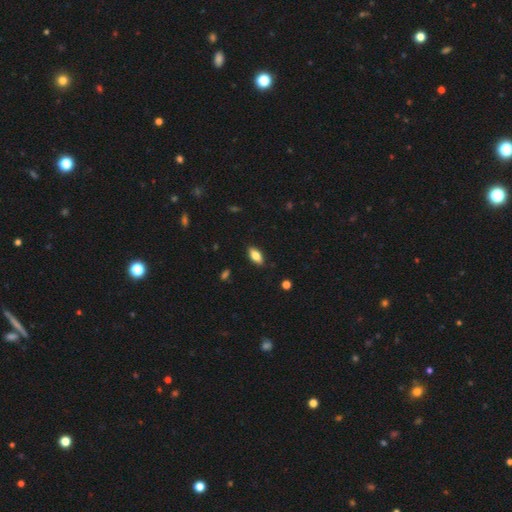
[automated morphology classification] This is likely a smooth galaxy (78%). How rounded: clearly in between (87%). Merging: clearly none (87%).